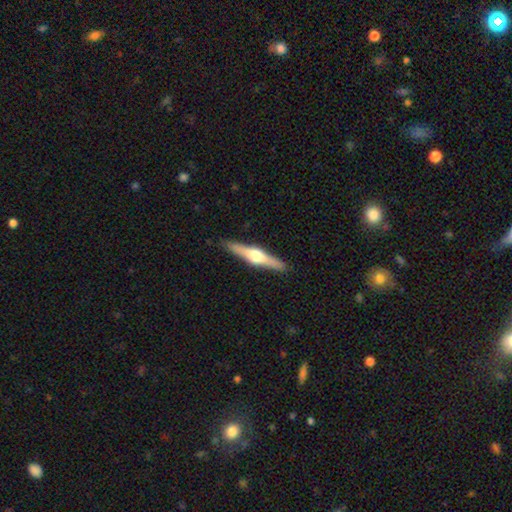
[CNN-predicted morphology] featured or disk 66%, smooth 29%, star or artifact 5%. Down the decision tree: edge-on disk — yes (97%); edge-on bulge — rounded (94%); merging — none (90%).